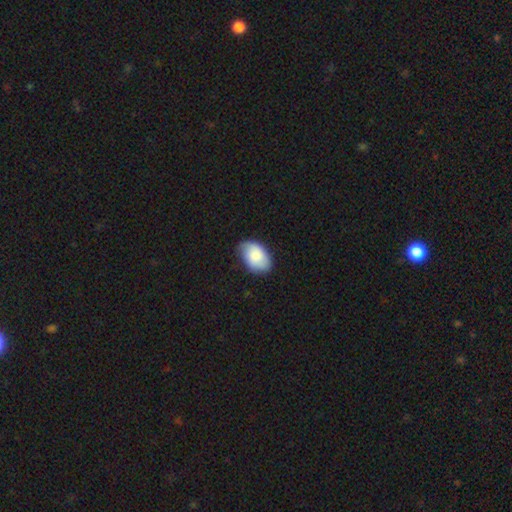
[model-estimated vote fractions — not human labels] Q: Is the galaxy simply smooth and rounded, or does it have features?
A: smooth — 79%.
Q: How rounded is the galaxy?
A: in between — 90%.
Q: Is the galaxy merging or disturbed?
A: none — 71%.